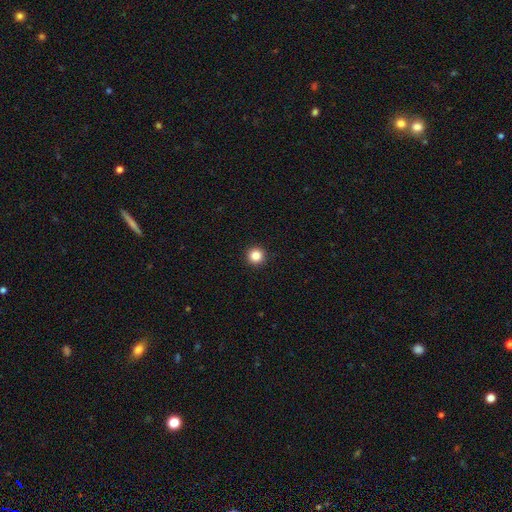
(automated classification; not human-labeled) Smooth or featured? Predicted: smooth (p=0.85). How rounded? Predicted: round (p=0.96). Merging? Predicted: none (p=0.94).